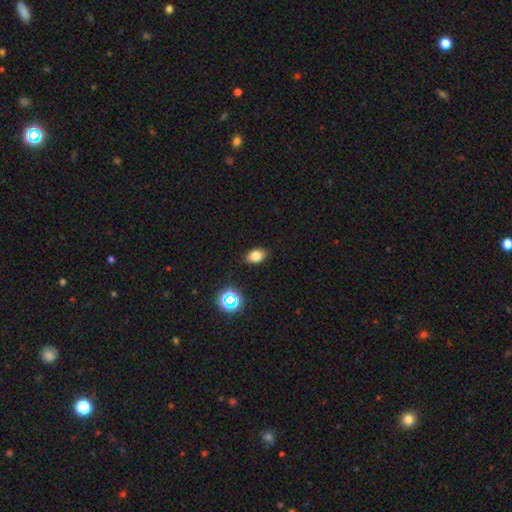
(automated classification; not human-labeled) smooth_or_featured: smooth (p=0.78) [alt: star or artifact p=0.15]
how_rounded: in between (p=0.80) [alt: round p=0.19]
merging: none (p=0.86) [alt: minor disturbance p=0.10]